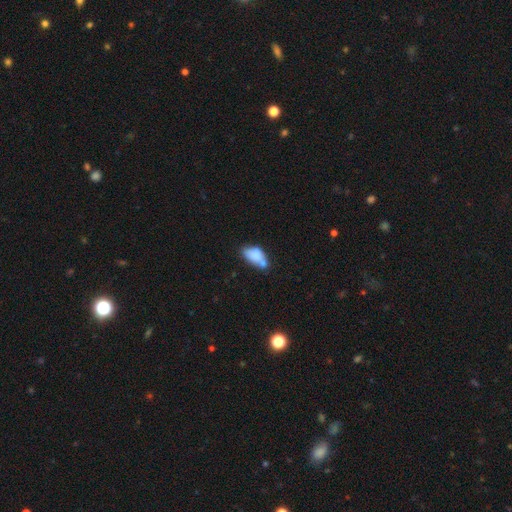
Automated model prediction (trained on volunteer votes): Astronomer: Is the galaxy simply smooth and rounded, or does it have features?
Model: smooth — 74%.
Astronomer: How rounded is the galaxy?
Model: in between — 89%.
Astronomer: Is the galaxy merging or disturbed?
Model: none — 34% (runner-up: merger, 31%).